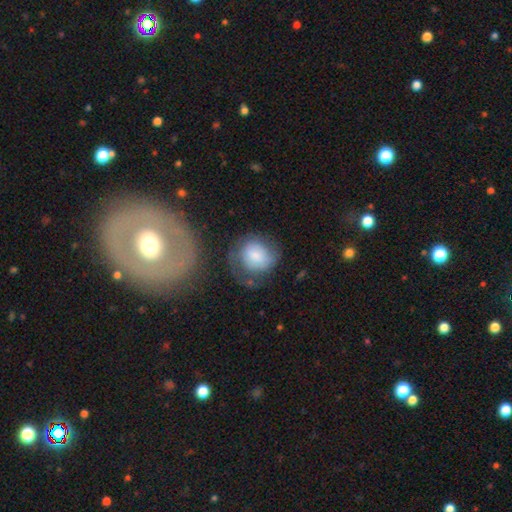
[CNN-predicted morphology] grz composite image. It shows a smooth galaxy with no disk features (60%) that is round (75%). Merging: none (44%).